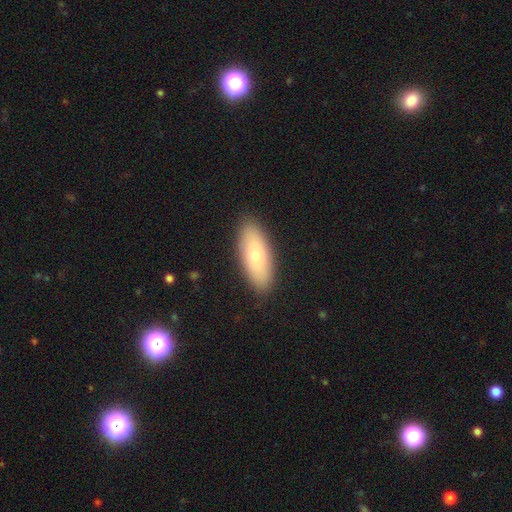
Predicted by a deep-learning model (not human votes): smooth-or-featured: smooth: 69% | featured or disk: 25% | star or artifact: 7%
  how-rounded: in between: 76% | cigar-shaped: 21% | round: 3%
  merging: none: 89% | minor disturbance: 8% | major disturbance: 2% | merger: 1%